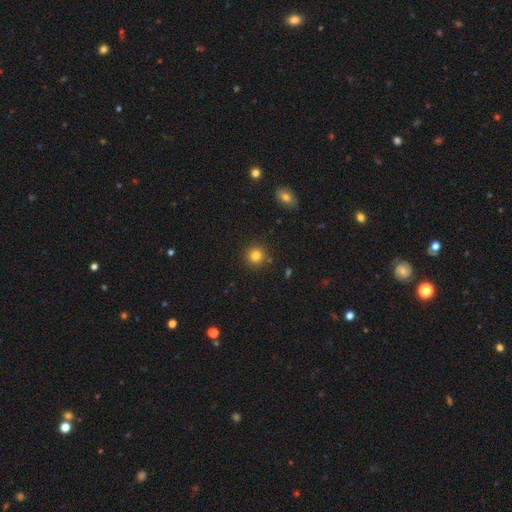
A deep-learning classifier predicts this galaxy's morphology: smooth-or-featured: smooth: 83% | star or artifact: 12% | featured or disk: 5%
  how-rounded: round: 93% | in between: 6% | cigar-shaped: 1%
  merging: none: 89% | minor disturbance: 6% | merger: 3% | major disturbance: 2%